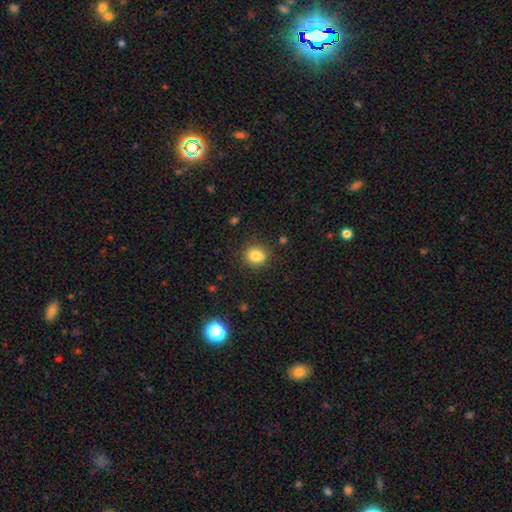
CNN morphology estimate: This is likely a smooth galaxy (79%). How rounded: likely round (72%). Merging: likely none (69%).